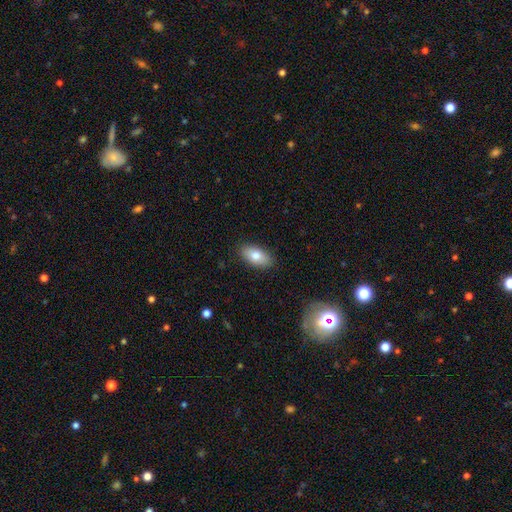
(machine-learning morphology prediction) Smooth or featured? Predicted: smooth (p=0.78). How rounded? Predicted: in between (p=0.91). Merging? Predicted: none (p=0.87).